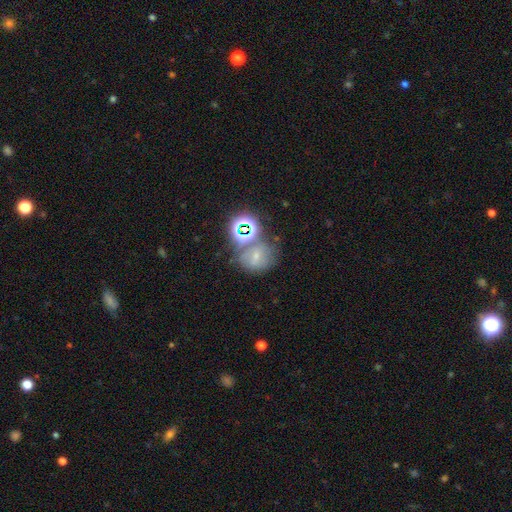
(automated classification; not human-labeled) This is marginally a smooth galaxy (42%). Merging: possibly none (50%).